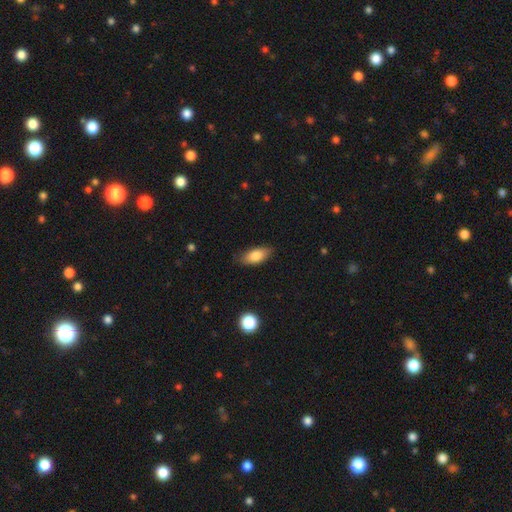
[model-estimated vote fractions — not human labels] smooth-or-featured: smooth: 82% | featured or disk: 11% | star or artifact: 7%
  how-rounded: in between: 87% | cigar-shaped: 10% | round: 3%
  merging: none: 82% | minor disturbance: 14% | major disturbance: 3% | merger: 1%